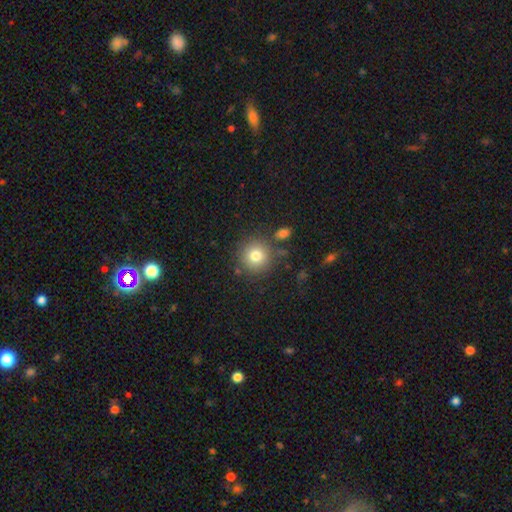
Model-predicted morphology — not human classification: Overall: smooth (78%). How rounded: round (94%). Merging: none (82%).